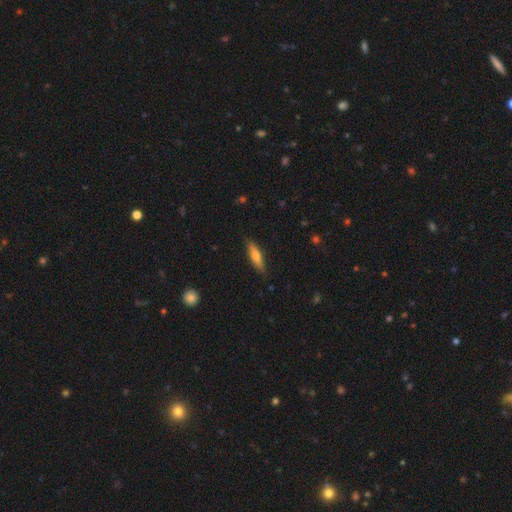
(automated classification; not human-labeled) A smooth galaxy with no disk features (56%) that is cigar-shaped (73%). Merging: none (86%).